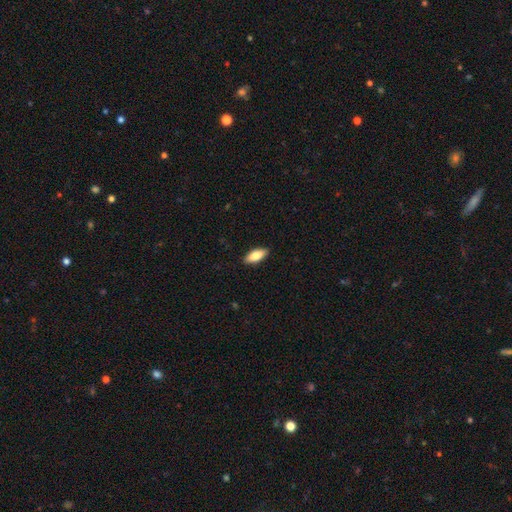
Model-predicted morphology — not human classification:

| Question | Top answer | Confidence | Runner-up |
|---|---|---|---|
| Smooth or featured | smooth | 79% | featured or disk (15%) |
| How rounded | in between | 82% | cigar-shaped (16%) |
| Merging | none | 90% | minor disturbance (8%) |